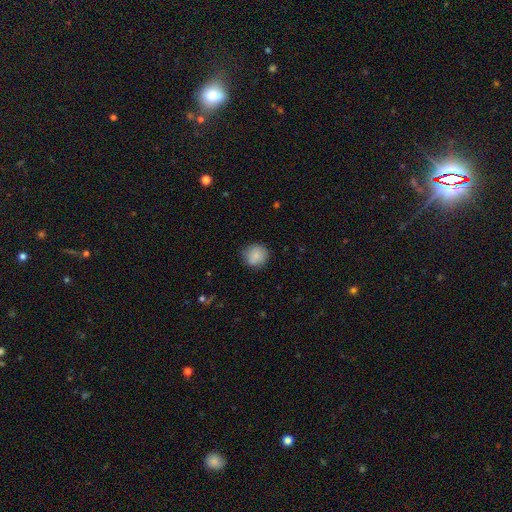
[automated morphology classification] Overall: smooth (83%). How rounded: round (89%). Merging: none (79%).